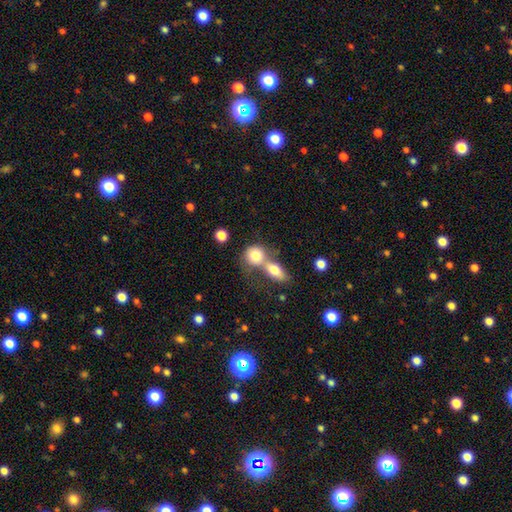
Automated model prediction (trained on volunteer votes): Overall: smooth (79%). How rounded: round (63%; in between 34%). Merging: merger (63%; none 25%).